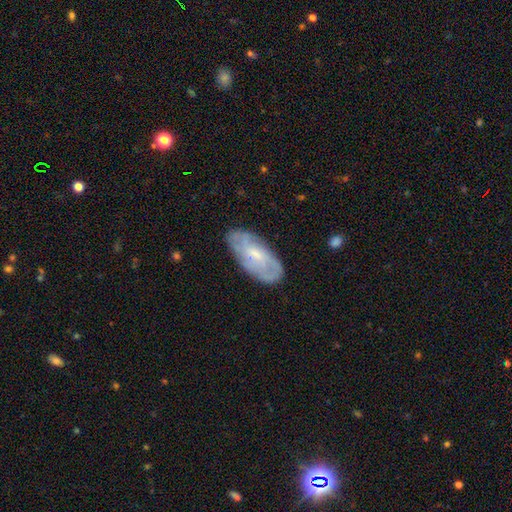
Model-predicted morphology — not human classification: type=featured or disk (55%); edge-on=no (90%); merging=none (76%).